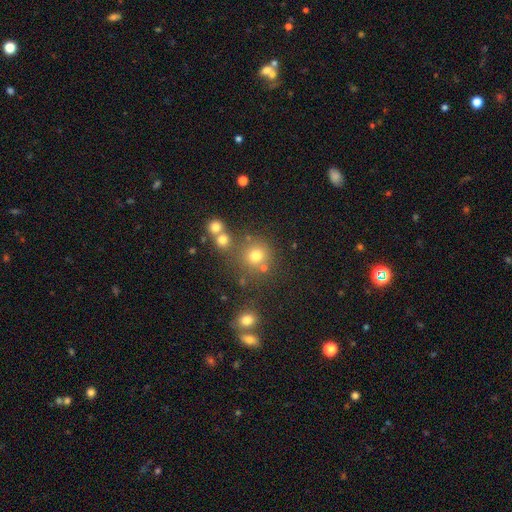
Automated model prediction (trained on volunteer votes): A smooth galaxy with no disk features (71%) that is round (90%).

Vote fractions:
- Smooth or featured? smooth: 71% / star or artifact: 20% / featured or disk: 9%
- How rounded? round: 90% / in between: 9% / cigar-shaped: 1%
- Merging? none: 71% / merger: 15% / minor disturbance: 9% / major disturbance: 4%